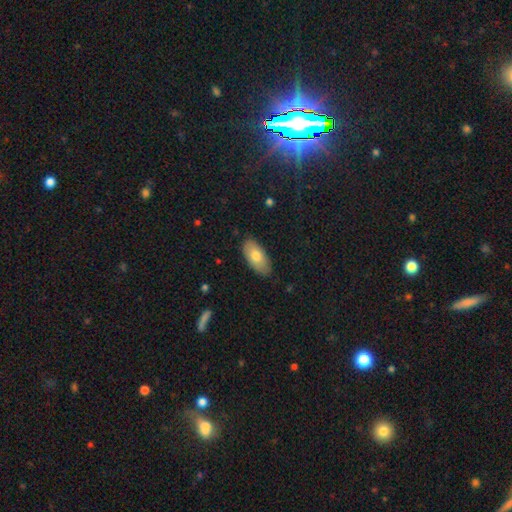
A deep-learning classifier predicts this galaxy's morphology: Smooth or featured: smooth — 75% (featured or disk — 19%)
How rounded: in between — 93% (cigar-shaped — 4%)
Merging: none — 83% (minor disturbance — 14%)